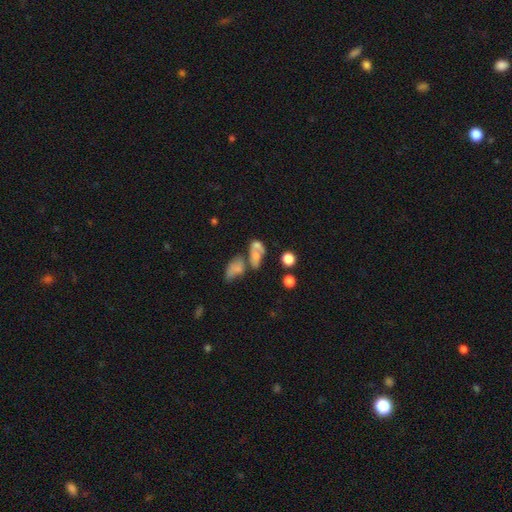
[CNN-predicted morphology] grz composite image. It shows a smooth galaxy with no disk features (56%) that is in between round and cigar-shaped (73%). Merging: merger (55%).